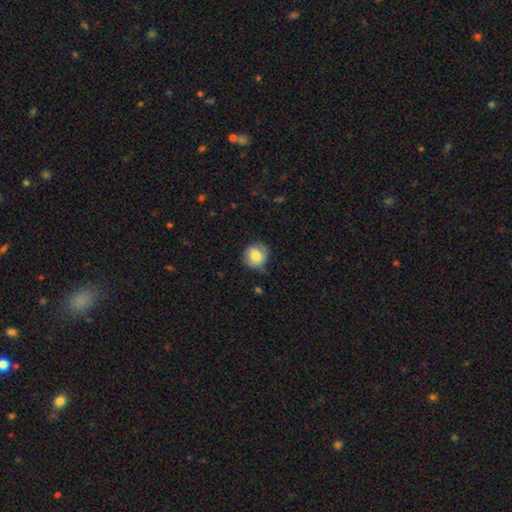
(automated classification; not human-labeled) The model was most divided on "smooth or featured": smooth: 76%, featured or disk: 16%, star or artifact: 8%. More confident: how rounded — round (89%); merging — none (78%).